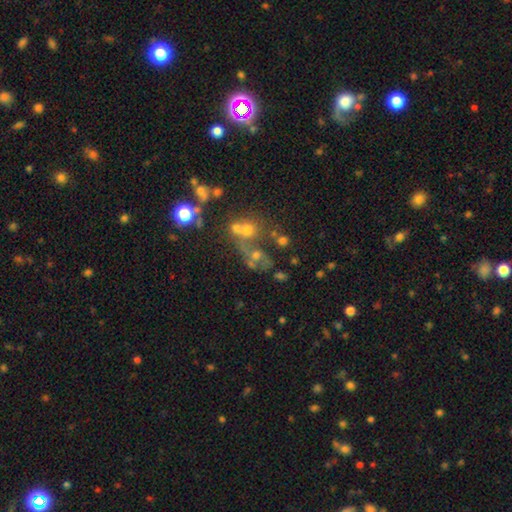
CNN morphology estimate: Q: Smooth or featured?
A: smooth (43%); runner-up: featured or disk (31%)
Q: Merging?
A: merger (44%); runner-up: none (33%)